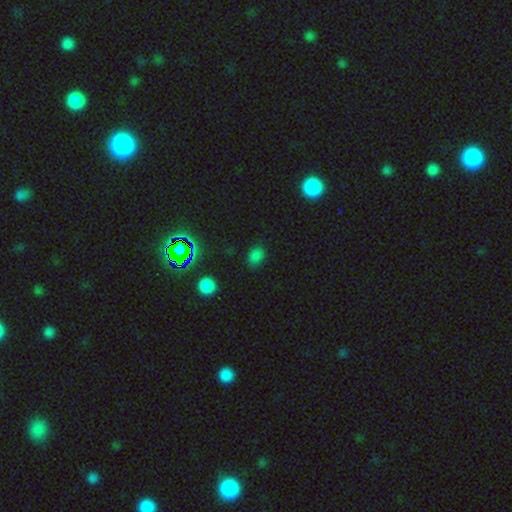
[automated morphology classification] A smooth galaxy with no disk features (72%) that is in between round and cigar-shaped (57%).

Vote fractions:
- Smooth or featured? smooth: 72% / star or artifact: 23% / featured or disk: 5%
- How rounded? in between: 57% / round: 42% / cigar-shaped: 2%
- Merging? none: 83% / minor disturbance: 12% / major disturbance: 3% / merger: 2%